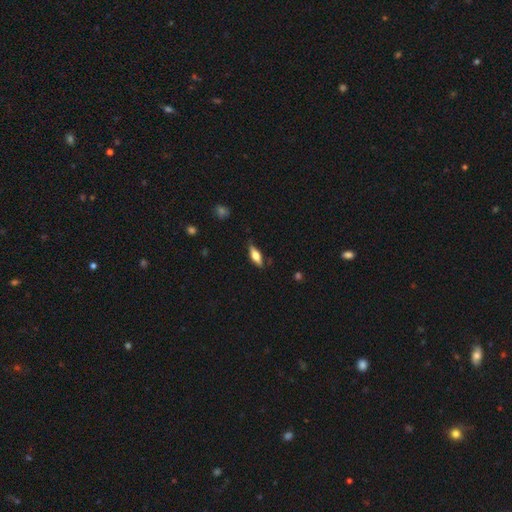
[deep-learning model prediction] Smooth or featured: smooth — 53% (featured or disk — 41%)
How rounded: in between — 61% (cigar-shaped — 36%)
Merging: none — 81% (minor disturbance — 14%)